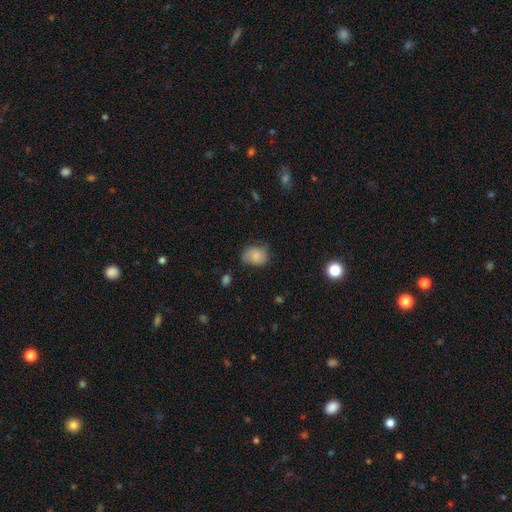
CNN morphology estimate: A smooth galaxy with no disk features (79%) that is in between round and cigar-shaped (53%). Merging: none (59%).